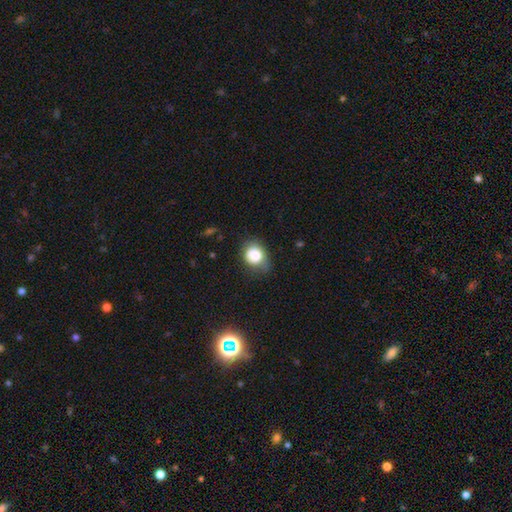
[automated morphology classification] The model was most divided on "merging": none: 50%, minor disturbance: 36%, major disturbance: 12%, merger: 3%. More confident: smooth or featured — smooth (81%); how rounded — round (58%).